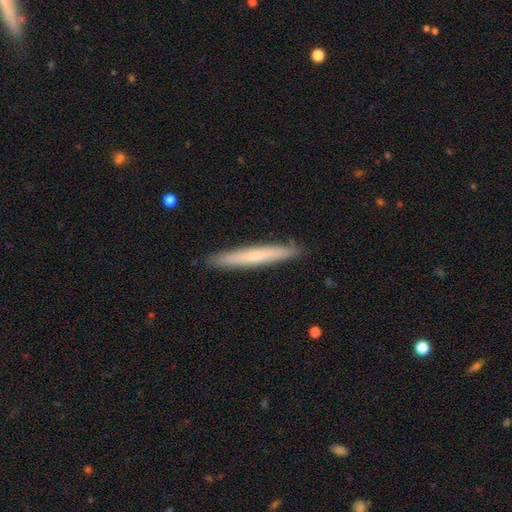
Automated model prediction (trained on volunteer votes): A smooth galaxy with no disk features (57%) that is cigar-shaped (96%). Merging: none (91%).